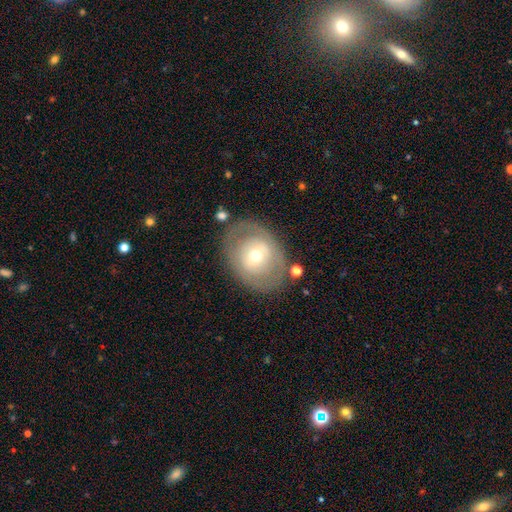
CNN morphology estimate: Q: Smooth or featured?
A: featured or disk (51%); runner-up: smooth (42%)
Q: Edge-on disk?
A: no (92%); runner-up: yes (8%)
Q: Merging?
A: none (75%); runner-up: minor disturbance (14%)